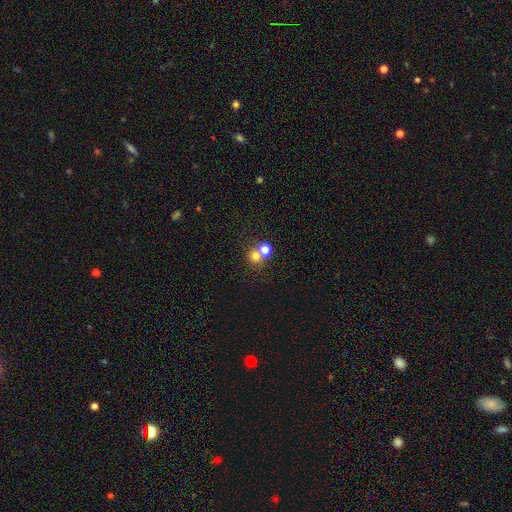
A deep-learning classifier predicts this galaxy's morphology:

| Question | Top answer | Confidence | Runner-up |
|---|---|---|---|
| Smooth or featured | smooth | 73% | star or artifact (17%) |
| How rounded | round | 86% | in between (13%) |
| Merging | none | 49% | merger (42%) |